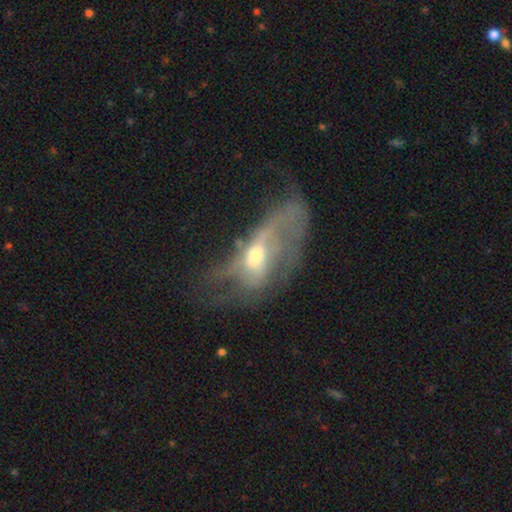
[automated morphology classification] Q: Smooth or featured?
A: featured or disk (67%); runner-up: smooth (23%)
Q: Edge-on disk?
A: no (88%); runner-up: yes (12%)
Q: Bar?
A: no (60%); runner-up: weak (30%)
Q: Spiral arms?
A: yes (56%); runner-up: no (44%)
Q: Bulge size?
A: moderate (58%); runner-up: small (33%)
Q: Merging?
A: major disturbance (49%); runner-up: none (26%)